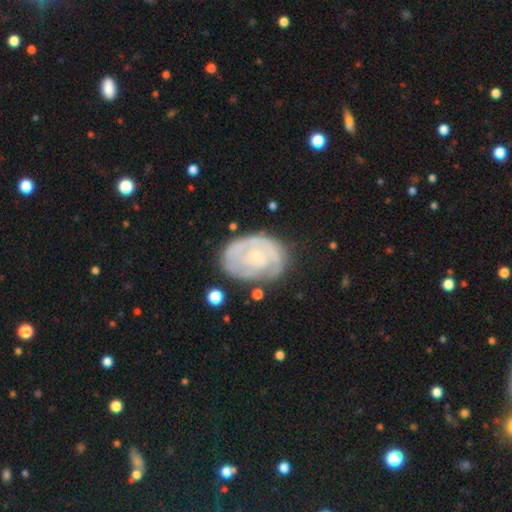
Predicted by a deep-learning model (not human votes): Smooth or featured? Predicted: featured or disk (p=0.74). Edge-on disk? Predicted: no (p=0.97). Bar? Predicted: no (p=0.78). Spiral arms? Predicted: yes (p=0.83). Spiral winding? Predicted: tight (p=0.70). Spiral arm count? Predicted: can't tell (p=0.43). Bulge size? Predicted: small (p=0.77). Merging? Predicted: none (p=0.65).